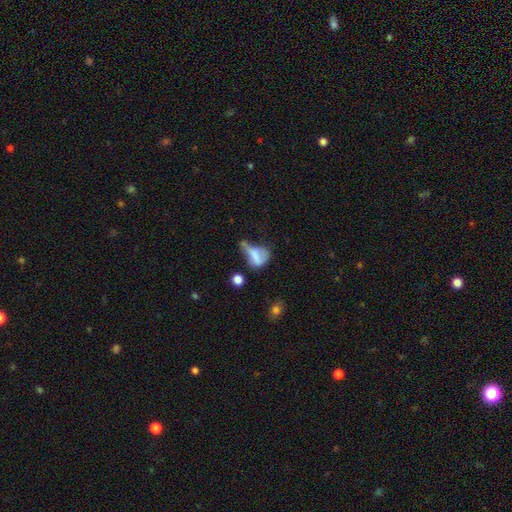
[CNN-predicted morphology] The model was most divided on "merging": major disturbance: 34%, minor disturbance: 26%, none: 22%, merger: 18%. More confident: how rounded — in between (72%); smooth or featured — smooth (59%).